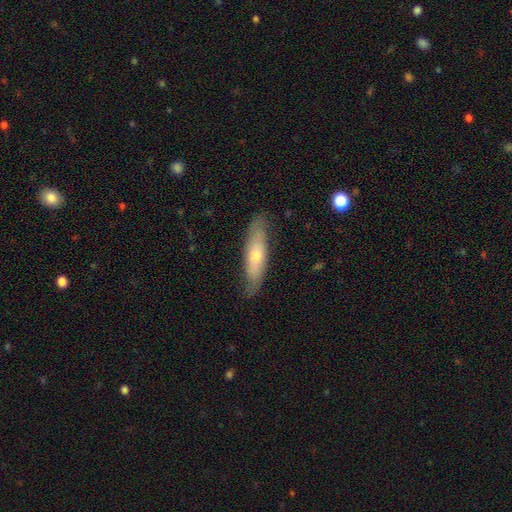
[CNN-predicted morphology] Q: Smooth or featured?
A: smooth (52%); runner-up: featured or disk (42%)
Q: How rounded?
A: cigar-shaped (67%); runner-up: in between (31%)
Q: Merging?
A: none (79%); runner-up: minor disturbance (16%)